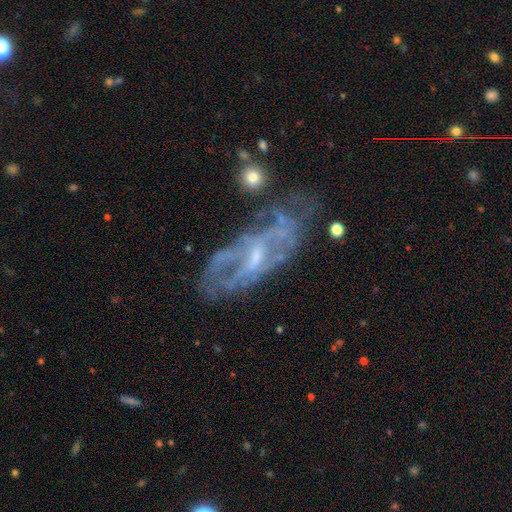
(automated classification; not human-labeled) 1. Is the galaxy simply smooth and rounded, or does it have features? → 77% featured or disk, 14% smooth, 9% star or artifact.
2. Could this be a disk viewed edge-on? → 85% no, 15% yes.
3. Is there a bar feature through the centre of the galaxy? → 45% weak, 35% no, 20% strong.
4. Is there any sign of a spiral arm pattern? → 65% yes, 35% no.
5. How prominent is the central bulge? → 62% small, 26% moderate, 9% none, 2% large, 1% dominant.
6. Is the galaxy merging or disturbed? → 53% none, 22% minor disturbance, 17% major disturbance, 8% merger.